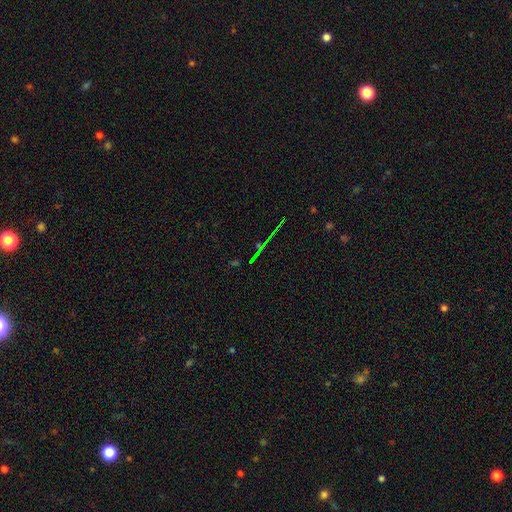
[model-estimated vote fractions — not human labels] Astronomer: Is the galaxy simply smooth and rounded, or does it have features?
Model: star or artifact — 73%.